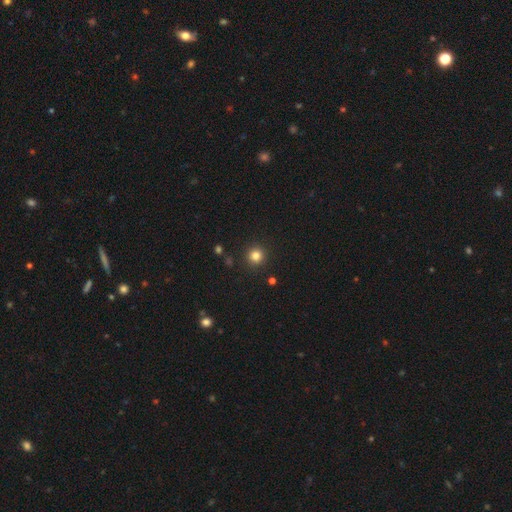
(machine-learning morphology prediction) type=smooth (82%); roundness=round (95%); merging=none (91%).